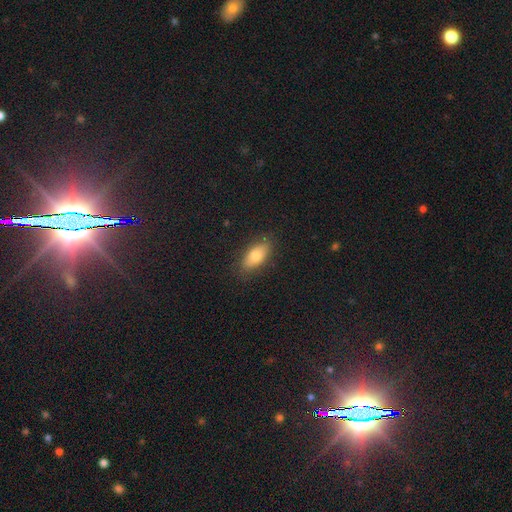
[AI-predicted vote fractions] Q: Smooth or featured?
A: smooth (74%); runner-up: featured or disk (19%)
Q: How rounded?
A: in between (84%); runner-up: cigar-shaped (12%)
Q: Merging?
A: none (84%); runner-up: minor disturbance (12%)